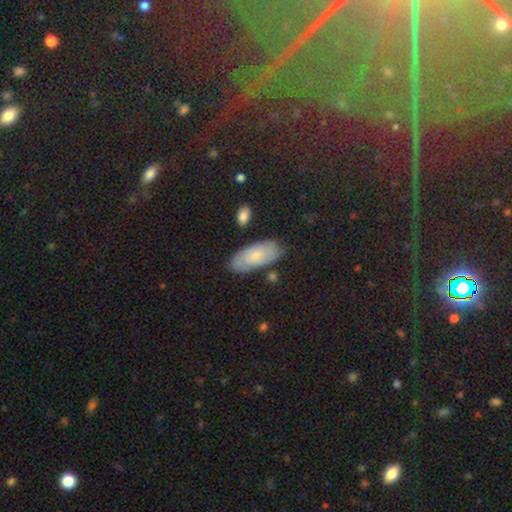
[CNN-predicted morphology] The model was most divided on "smooth or featured": smooth: 65%, featured or disk: 24%, star or artifact: 10%. More confident: how rounded — in between (89%); merging — none (77%).